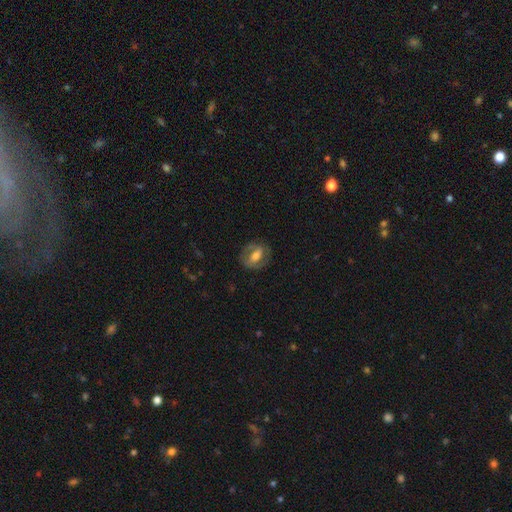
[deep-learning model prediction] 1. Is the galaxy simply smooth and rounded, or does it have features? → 56% featured or disk, 37% smooth, 7% star or artifact.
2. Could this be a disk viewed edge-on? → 93% no, 7% yes.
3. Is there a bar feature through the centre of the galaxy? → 38% strong, 36% weak, 26% no.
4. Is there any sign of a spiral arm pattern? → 55% yes, 45% no.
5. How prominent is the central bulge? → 59% moderate, 21% small, 16% large, 3% none, 2% dominant.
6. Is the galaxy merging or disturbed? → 75% none, 16% minor disturbance, 8% major disturbance, 1% merger.